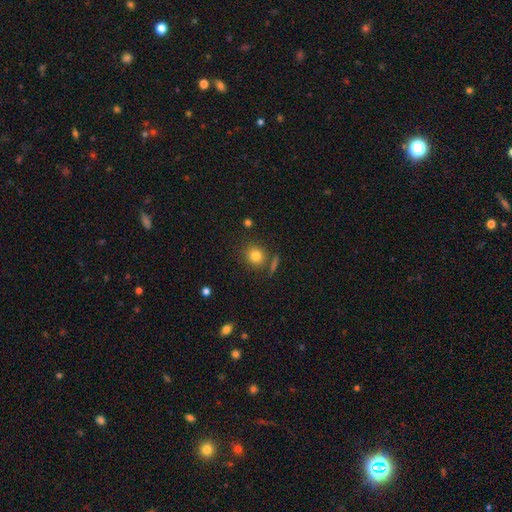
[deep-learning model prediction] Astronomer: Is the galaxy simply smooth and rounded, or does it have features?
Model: smooth — 80%.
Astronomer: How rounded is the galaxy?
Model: round — 82%.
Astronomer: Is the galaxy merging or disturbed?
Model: none — 78%.